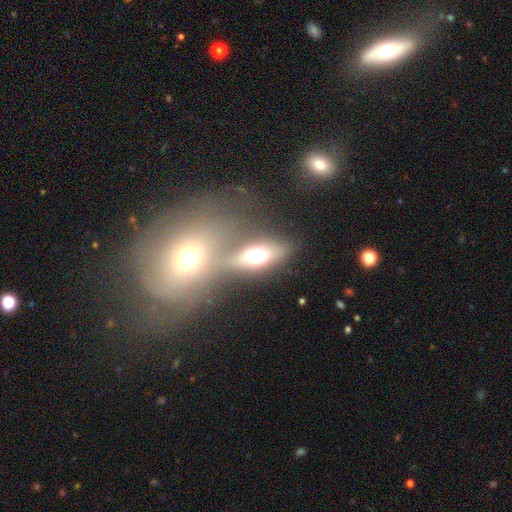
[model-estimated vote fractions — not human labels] smooth 54%, featured or disk 29%, star or artifact 17%. Down the decision tree: how rounded — in between (71%); merging — none (40%).